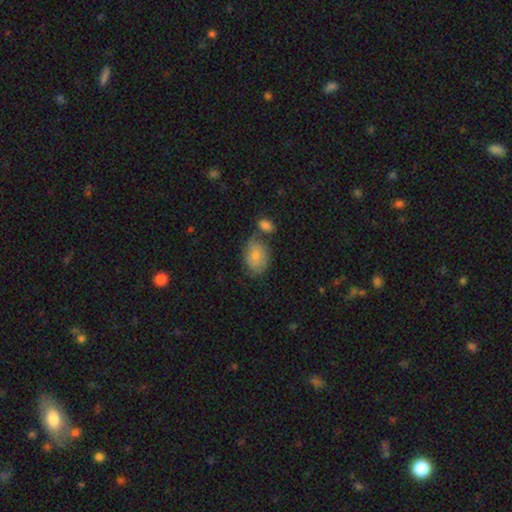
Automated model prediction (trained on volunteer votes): Smooth or featured?
  - smooth: 58% *
  - featured or disk: 32%
  - star or artifact: 10%
How rounded?
  - in between: 74% *
  - round: 25%
  - cigar-shaped: 1%
Merging?
  - none: 56% *
  - minor disturbance: 21%
  - merger: 16%
  - major disturbance: 7%